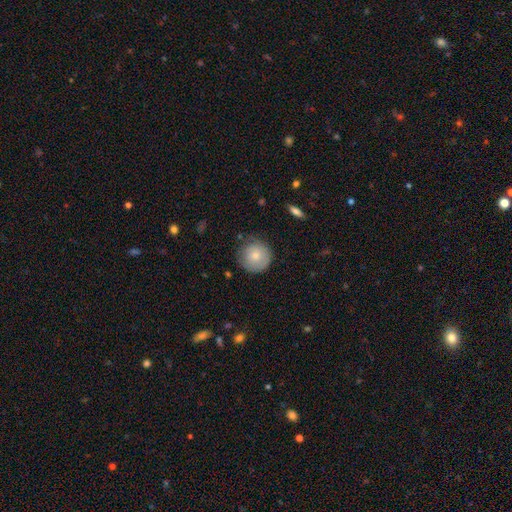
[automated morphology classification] smooth_or_featured: smooth (p=0.75) [alt: featured or disk p=0.18]
how_rounded: round (p=0.95) [alt: in between p=0.04]
merging: none (p=0.76) [alt: minor disturbance p=0.18]